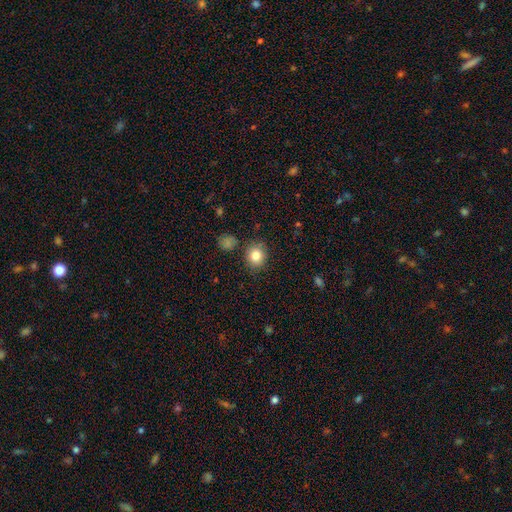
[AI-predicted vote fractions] A smooth galaxy with no disk features (83%) that is round (77%).

Vote fractions:
- Smooth or featured? smooth: 83% / star or artifact: 10% / featured or disk: 7%
- How rounded? round: 77% / in between: 22% / cigar-shaped: 1%
- Merging? none: 83% / minor disturbance: 11% / merger: 3% / major disturbance: 3%